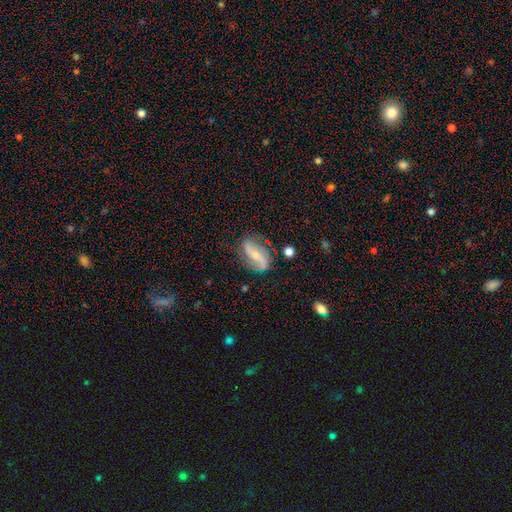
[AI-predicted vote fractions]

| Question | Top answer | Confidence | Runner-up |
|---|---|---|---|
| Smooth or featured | featured or disk | 79% | smooth (15%) |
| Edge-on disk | no | 95% | yes (5%) |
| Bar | strong | 37% | no (32%) |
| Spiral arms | yes | 93% | no (7%) |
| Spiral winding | loose | 70% | medium (21%) |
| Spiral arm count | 2 | 91% | can't tell (3%) |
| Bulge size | small | 58% | moderate (34%) |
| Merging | none | 75% | minor disturbance (17%) |